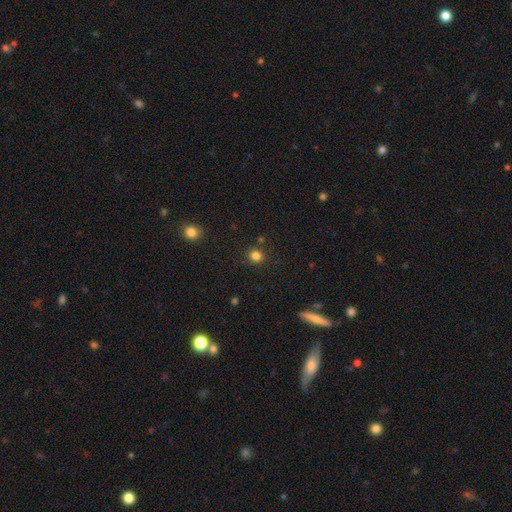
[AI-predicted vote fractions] Smooth or featured? Predicted: smooth (p=0.81). How rounded? Predicted: round (p=0.86). Merging? Predicted: none (p=0.85).